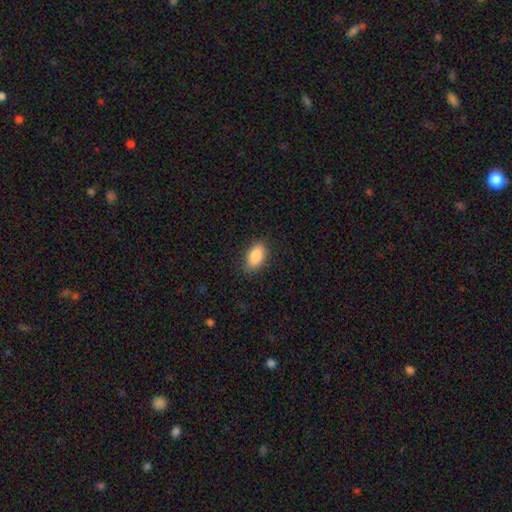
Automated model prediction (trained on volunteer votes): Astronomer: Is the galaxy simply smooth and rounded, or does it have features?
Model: smooth — 87%.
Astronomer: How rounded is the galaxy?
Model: in between — 90%.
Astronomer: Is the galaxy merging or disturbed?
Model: none — 82%.